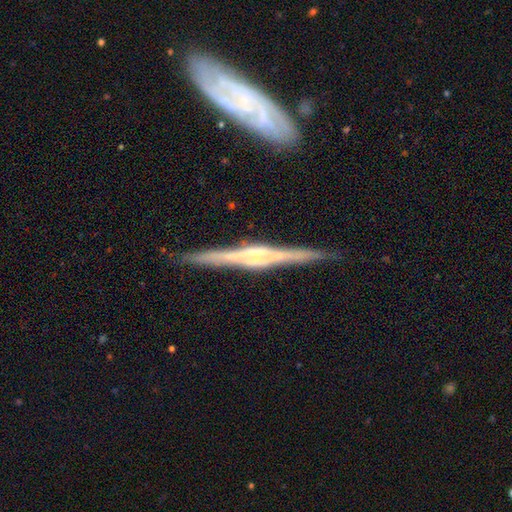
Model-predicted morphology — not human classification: featured or disk 87%, smooth 8%, star or artifact 5%. Down the decision tree: edge-on disk — yes (98%); edge-on bulge — rounded (48%); merging — none (90%).